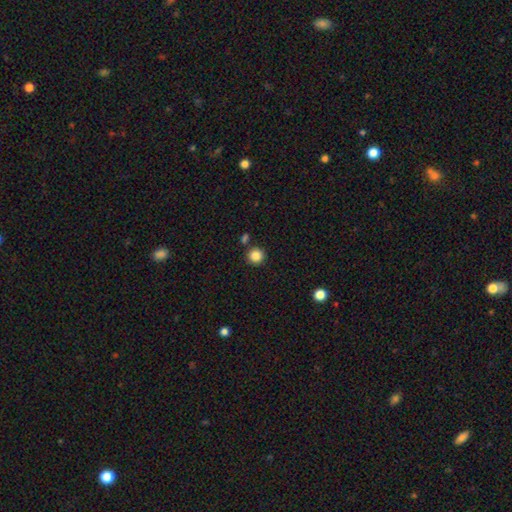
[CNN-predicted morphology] This appears to be a smooth galaxy with no disk features (86%) that is round (94%). Merging: none (84%).